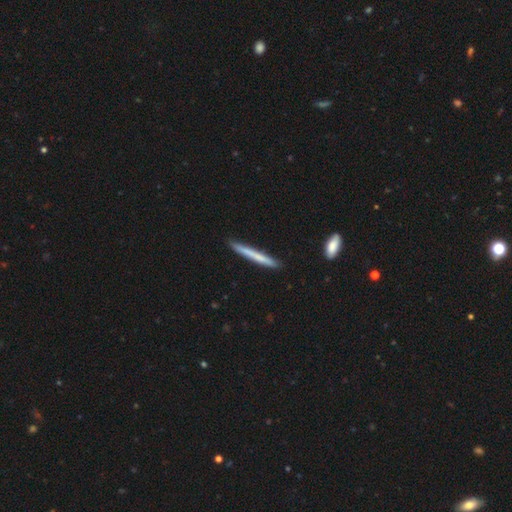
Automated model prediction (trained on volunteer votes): This appears to be a smooth galaxy with no disk features (62%) that is cigar-shaped (97%). Merging: none (88%).